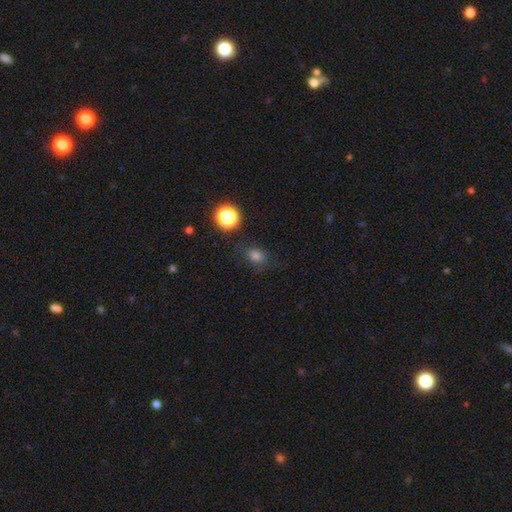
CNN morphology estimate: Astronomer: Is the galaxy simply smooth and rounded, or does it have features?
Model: smooth — 77%.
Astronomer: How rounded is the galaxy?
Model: in between — 55% (runner-up: round, 44%).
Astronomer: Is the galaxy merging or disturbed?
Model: none — 76%.